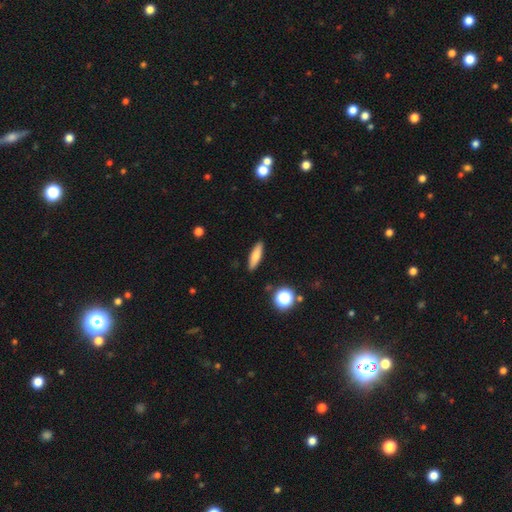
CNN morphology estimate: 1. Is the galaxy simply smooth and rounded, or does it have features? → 75% smooth, 17% featured or disk, 8% star or artifact.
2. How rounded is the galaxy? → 63% cigar-shaped, 34% in between, 3% round.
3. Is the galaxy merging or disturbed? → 90% none, 7% minor disturbance, 2% major disturbance, 1% merger.